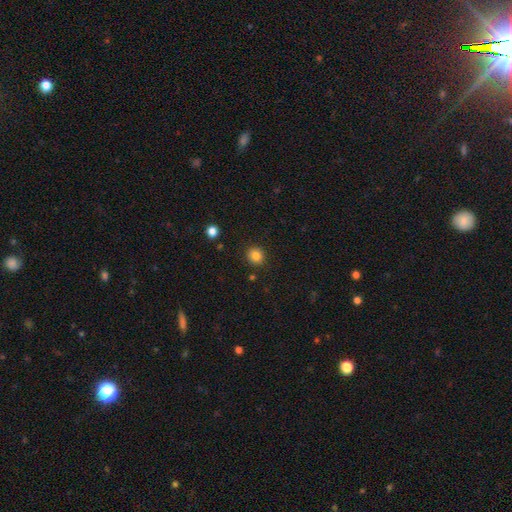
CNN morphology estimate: Smooth or featured? Predicted: smooth (p=0.83). How rounded? Predicted: round (p=0.89). Merging? Predicted: none (p=0.90).